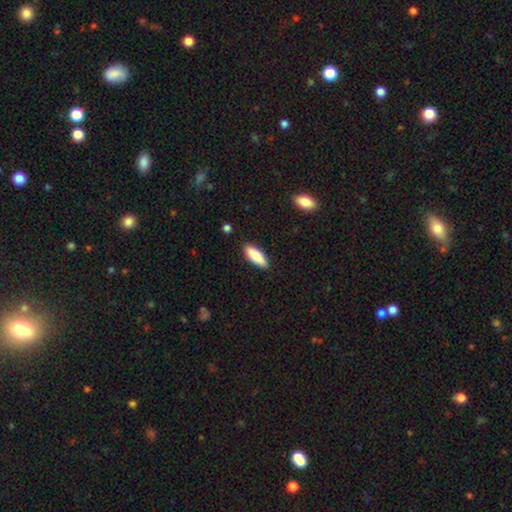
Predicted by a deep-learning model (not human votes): Smooth or featured? Predicted: smooth (p=0.84). How rounded? Predicted: in between (p=0.63). Merging? Predicted: none (p=0.88).